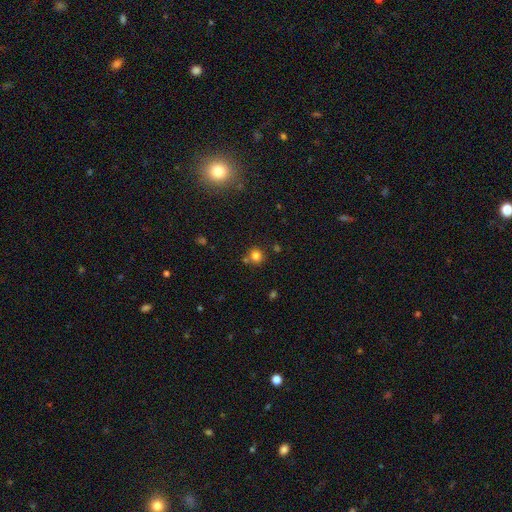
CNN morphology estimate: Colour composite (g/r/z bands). It shows a smooth galaxy with no disk features (79%) that is round (91%). Merging: none (74%).